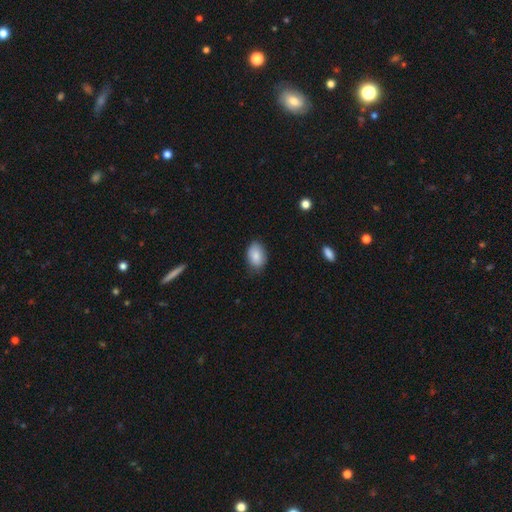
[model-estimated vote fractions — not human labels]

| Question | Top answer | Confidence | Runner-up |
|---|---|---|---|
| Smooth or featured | smooth | 85% | featured or disk (8%) |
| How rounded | in between | 86% | round (13%) |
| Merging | none | 76% | minor disturbance (19%) |